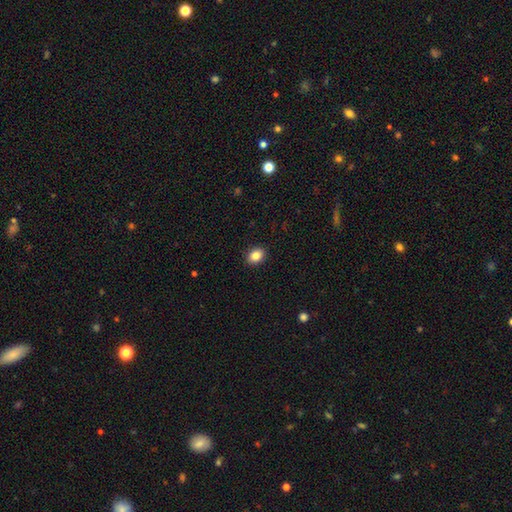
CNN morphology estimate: The model was most divided on "how rounded": in between: 64%, round: 35%, cigar-shaped: 1%. More confident: merging — none (91%); smooth or featured — smooth (85%).